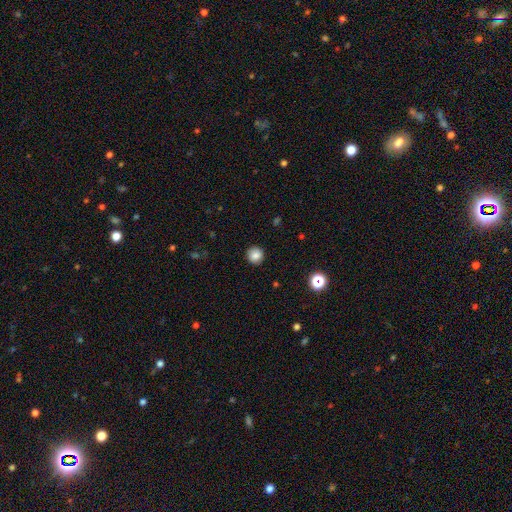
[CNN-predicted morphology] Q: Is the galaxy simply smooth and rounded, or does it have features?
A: smooth — 85%.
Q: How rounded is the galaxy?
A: round — 94%.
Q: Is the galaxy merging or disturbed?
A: none — 91%.